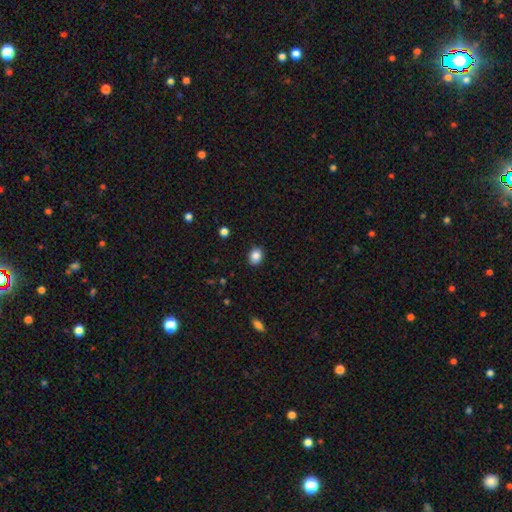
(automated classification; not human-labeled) smooth 87%, star or artifact 9%, featured or disk 4%. Down the decision tree: how rounded — in between (57%); merging — none (88%).